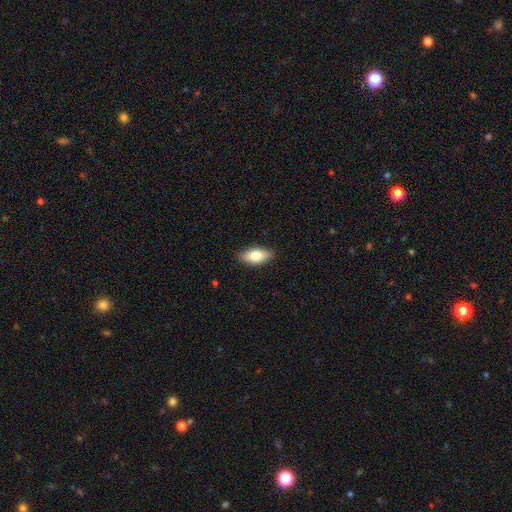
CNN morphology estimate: Smooth or featured? Predicted: smooth (p=0.78). How rounded? Predicted: in between (p=0.86). Merging? Predicted: none (p=0.88).